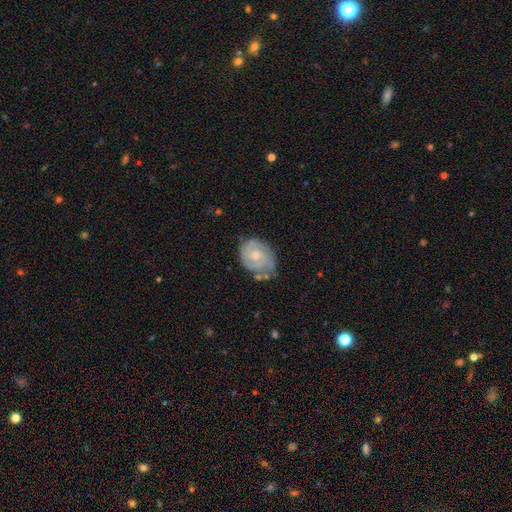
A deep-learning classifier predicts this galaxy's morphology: Smooth or featured? Predicted: featured or disk (p=0.76). Edge-on disk? Predicted: no (p=0.98). Bar? Predicted: no (p=0.70). Spiral arms? Predicted: yes (p=0.92). Spiral winding? Predicted: tight (p=0.61). Spiral arm count? Predicted: 2 (p=0.38). Bulge size? Predicted: small (p=0.52). Merging? Predicted: none (p=0.61).